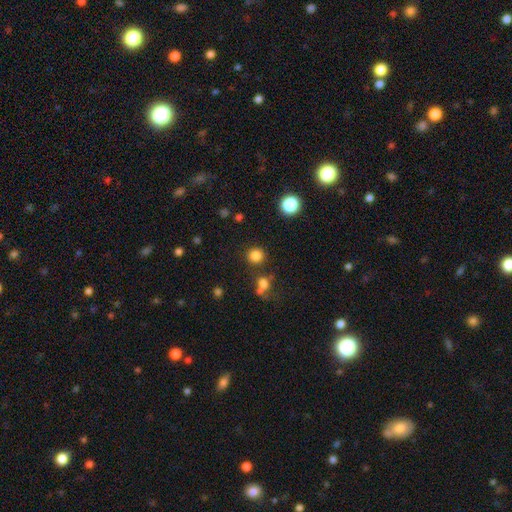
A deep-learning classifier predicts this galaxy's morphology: Q: Smooth or featured?
A: smooth (82%); runner-up: star or artifact (13%)
Q: How rounded?
A: round (91%); runner-up: in between (8%)
Q: Merging?
A: none (83%); runner-up: minor disturbance (7%)